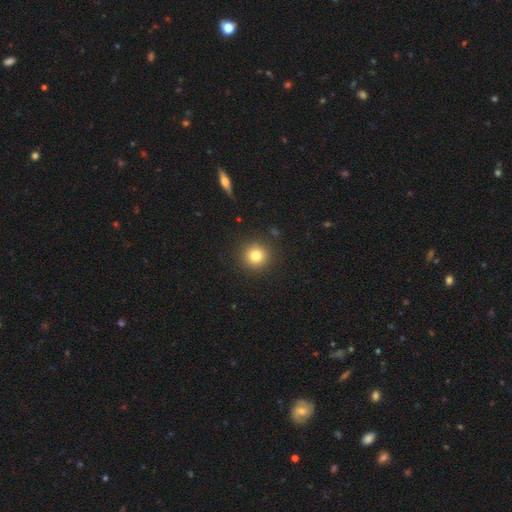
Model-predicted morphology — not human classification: smooth_or_featured: smooth (p=0.80) [alt: star or artifact p=0.12]
how_rounded: round (p=0.95) [alt: in between p=0.04]
merging: none (p=0.91) [alt: minor disturbance p=0.06]